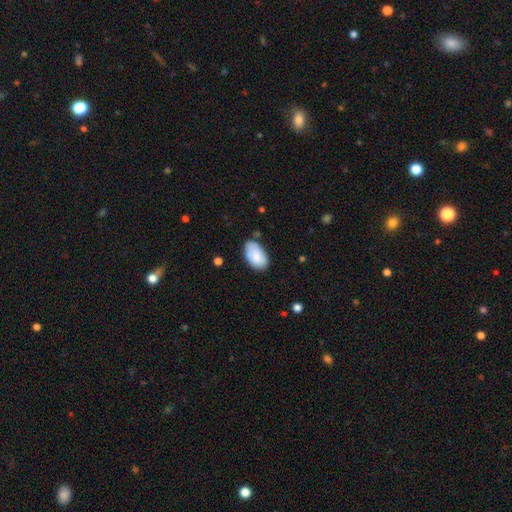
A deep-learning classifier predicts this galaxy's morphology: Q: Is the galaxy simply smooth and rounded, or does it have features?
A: smooth — 83%.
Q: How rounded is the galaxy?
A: in between — 94%.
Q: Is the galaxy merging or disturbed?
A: none — 71%.